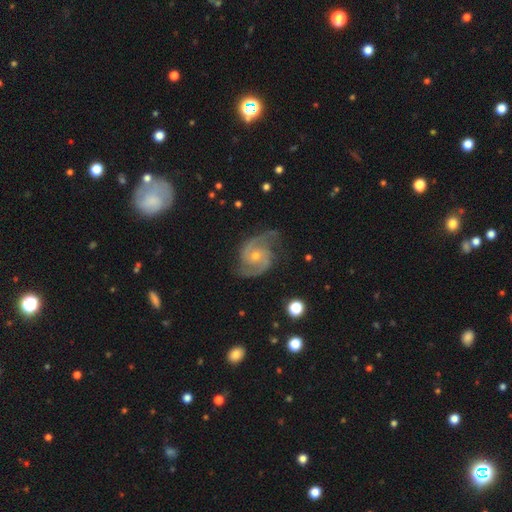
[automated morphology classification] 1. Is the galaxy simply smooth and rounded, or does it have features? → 91% featured or disk, 5% star or artifact, 4% smooth.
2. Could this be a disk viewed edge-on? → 98% no, 2% yes.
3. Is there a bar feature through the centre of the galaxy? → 64% no, 29% weak, 7% strong.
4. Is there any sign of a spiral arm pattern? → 98% yes, 2% no.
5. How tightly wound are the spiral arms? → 57% medium, 29% tight, 14% loose.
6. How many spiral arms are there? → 90% 2, 4% 3, 3% can't tell, 1% 1, 1% 4, 1% more than 4.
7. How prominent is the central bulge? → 54% small, 43% moderate, 1% none, 1% large, 1% dominant.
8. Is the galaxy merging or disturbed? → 76% none, 17% minor disturbance, 6% major disturbance, 1% merger.